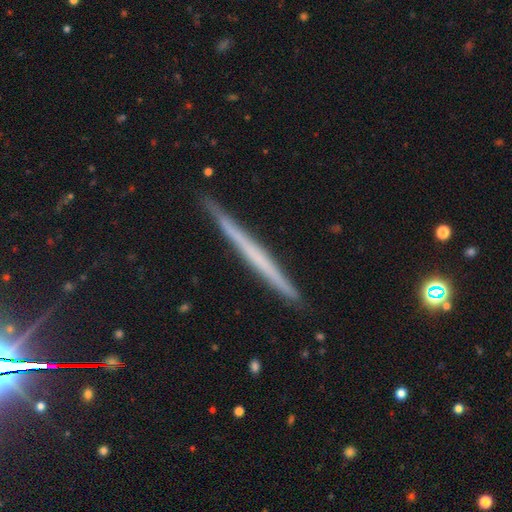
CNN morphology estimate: The model was most divided on "smooth or featured": featured or disk: 58%, smooth: 34%, star or artifact: 8%. More confident: edge-on disk — yes (98%); edge-on bulge — none (90%); merging — none (90%).